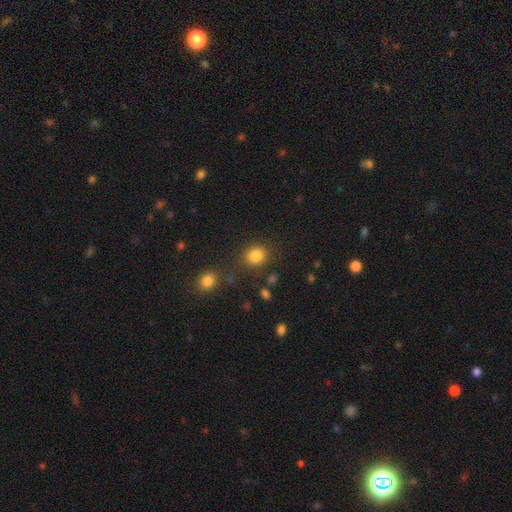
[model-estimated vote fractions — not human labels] This appears to be a smooth galaxy with no disk features (85%) that is round (77%). Merging: none (81%).